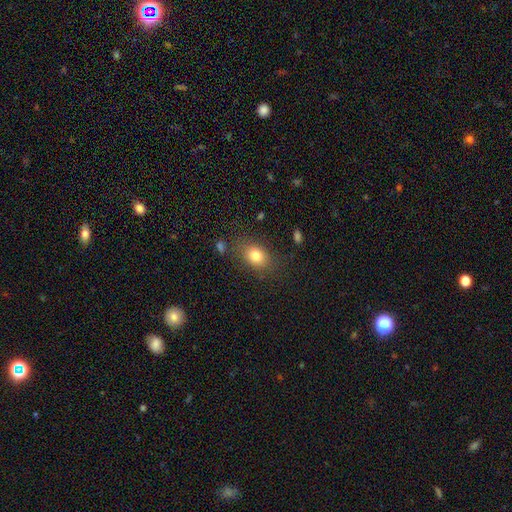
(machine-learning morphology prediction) This is likely a smooth galaxy (80%). How rounded: likely in between (68%). Merging: likely none (78%).